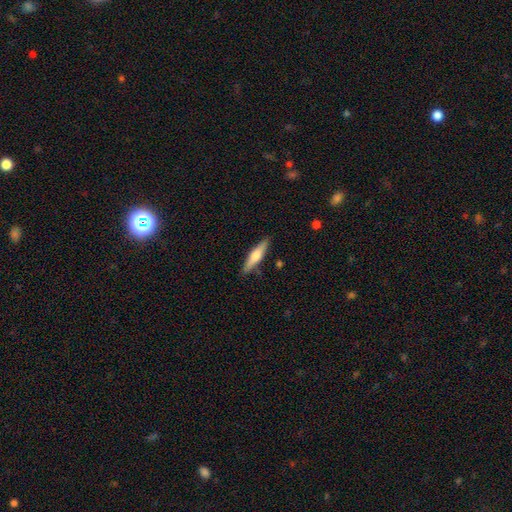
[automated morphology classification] Smooth or featured?
  - smooth: 53% *
  - featured or disk: 41%
  - star or artifact: 6%
How rounded?
  - cigar-shaped: 80% *
  - in between: 19%
  - round: 2%
Merging?
  - none: 86% *
  - minor disturbance: 10%
  - major disturbance: 2%
  - merger: 2%